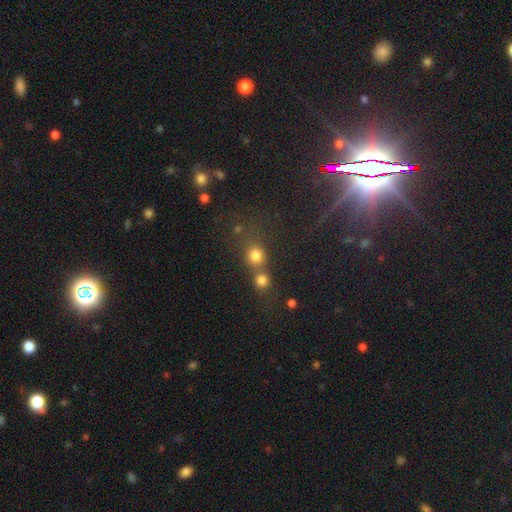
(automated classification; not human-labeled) Smooth or featured: smooth — 78% (star or artifact — 15%)
How rounded: round — 85% (in between — 13%)
Merging: none — 48% (merger — 41%)